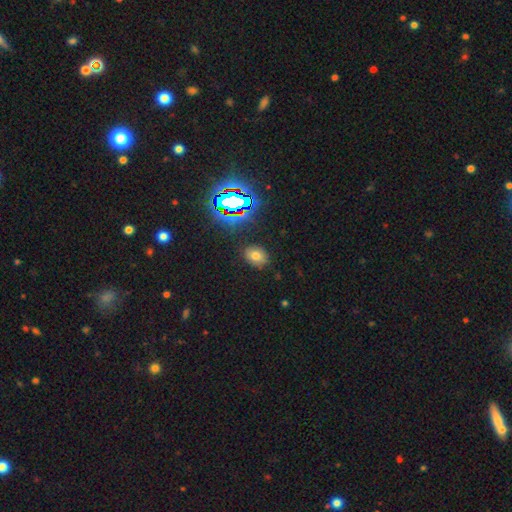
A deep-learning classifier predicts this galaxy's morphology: Smooth or featured?
  - smooth: 67% *
  - star or artifact: 24%
  - featured or disk: 10%
How rounded?
  - in between: 62% *
  - round: 36%
  - cigar-shaped: 1%
Merging?
  - none: 86% *
  - minor disturbance: 10%
  - major disturbance: 3%
  - merger: 2%